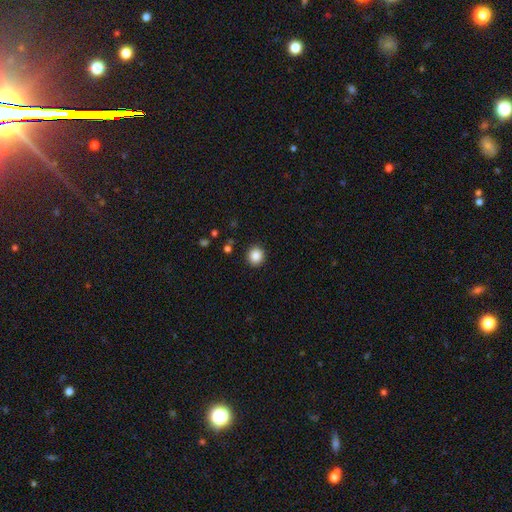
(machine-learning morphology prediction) Overall: smooth (87%). How rounded: round (87%). Merging: none (92%).